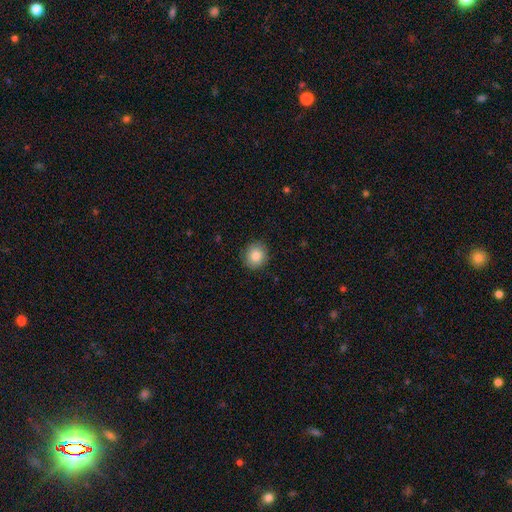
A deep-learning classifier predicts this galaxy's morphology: A smooth galaxy with no disk features (84%) that is round (84%). Merging: none (89%).